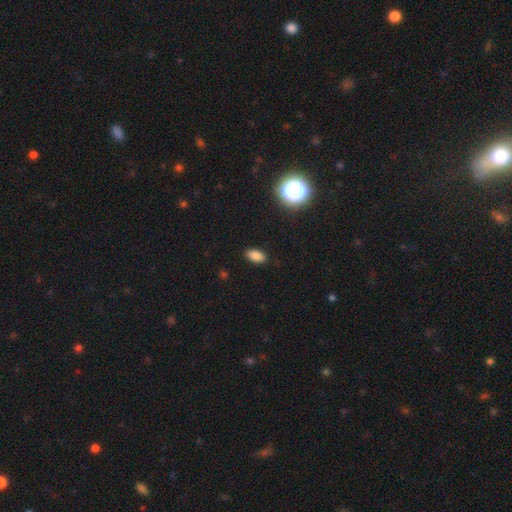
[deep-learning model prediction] Smooth or featured? Predicted: smooth (p=0.82). How rounded? Predicted: in between (p=0.91). Merging? Predicted: none (p=0.88).